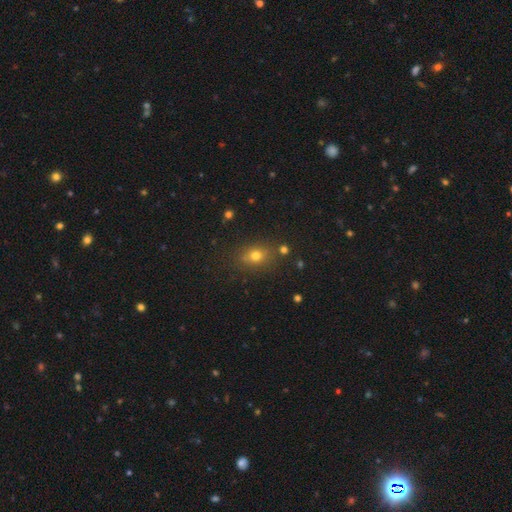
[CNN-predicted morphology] Smooth or featured? smooth (72%)
How rounded? in between (51%)
Merging? none (78%)